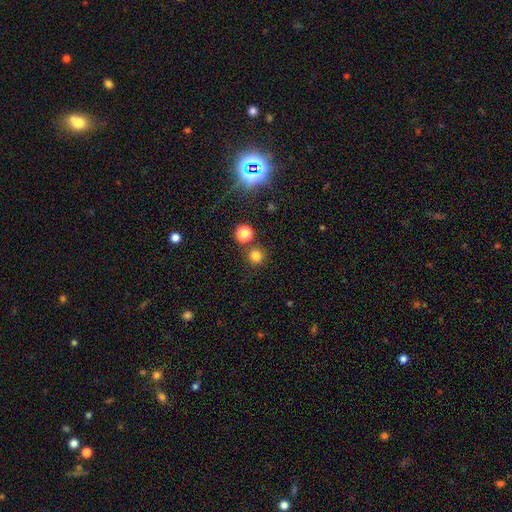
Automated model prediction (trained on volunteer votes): smooth 78%, star or artifact 17%, featured or disk 5%. Down the decision tree: how rounded — round (94%); merging — none (81%).